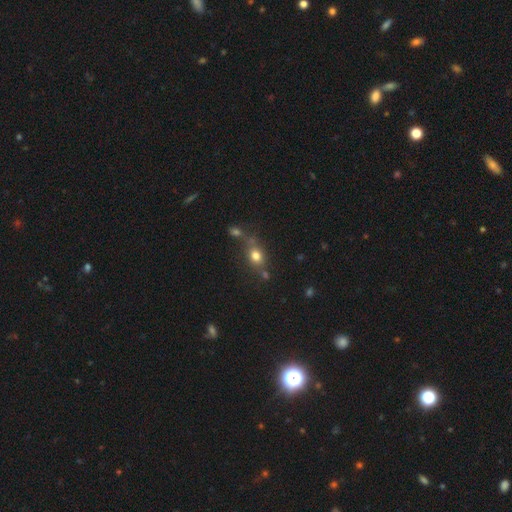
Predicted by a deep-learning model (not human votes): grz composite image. It shows a smooth galaxy with no disk features (75%) that is in between round and cigar-shaped (51%). Merging: none (58%).